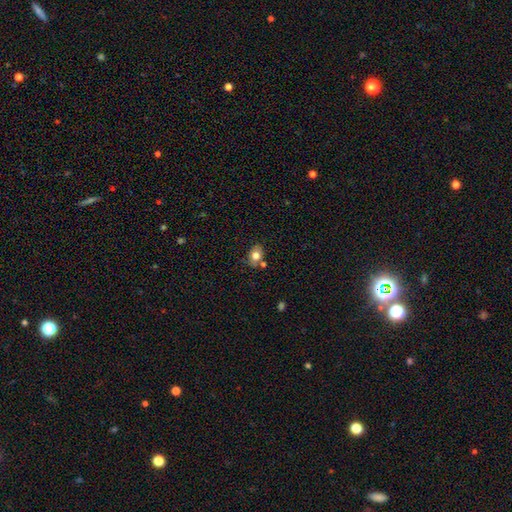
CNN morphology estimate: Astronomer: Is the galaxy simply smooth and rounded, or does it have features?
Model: smooth — 78%.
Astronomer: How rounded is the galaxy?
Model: in between — 63%.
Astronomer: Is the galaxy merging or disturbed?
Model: none — 69%.